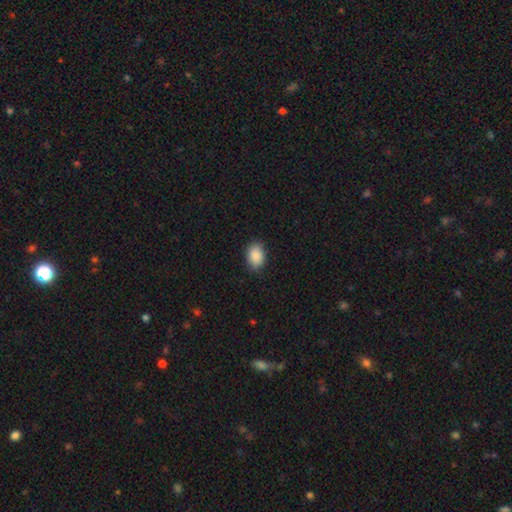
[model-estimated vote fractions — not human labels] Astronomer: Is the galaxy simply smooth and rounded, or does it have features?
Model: smooth — 90%.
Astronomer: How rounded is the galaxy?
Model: in between — 77%.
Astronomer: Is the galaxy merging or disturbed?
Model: none — 84%.